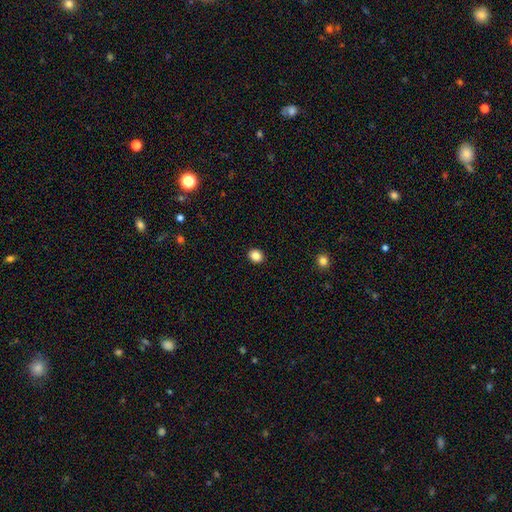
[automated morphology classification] Smooth or featured? smooth (86%)
How rounded? round (73%)
Merging? none (92%)